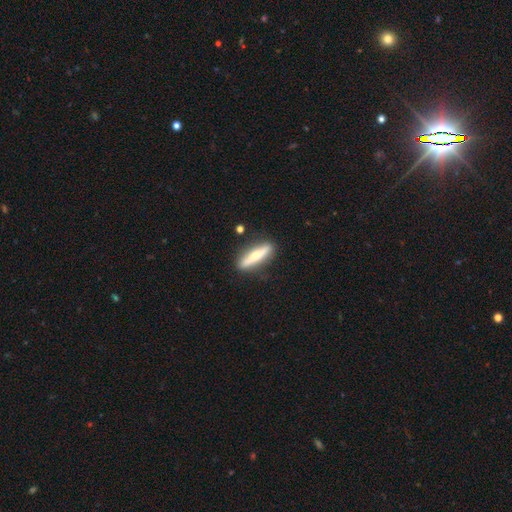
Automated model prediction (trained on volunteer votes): smooth_or_featured: smooth (p=0.50) [alt: featured or disk p=0.44]
how_rounded: cigar-shaped (p=0.83) [alt: in between p=0.15]
merging: none (p=0.86) [alt: minor disturbance p=0.10]